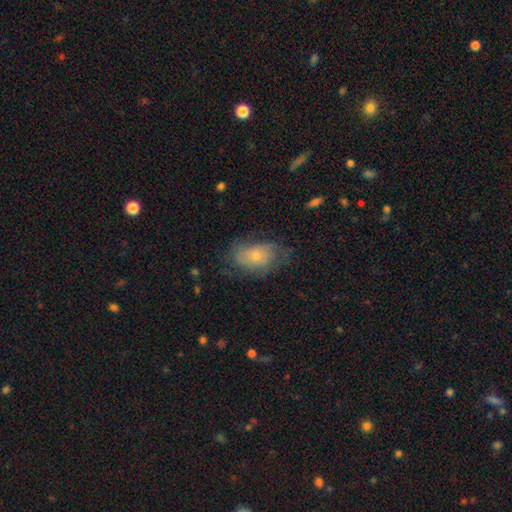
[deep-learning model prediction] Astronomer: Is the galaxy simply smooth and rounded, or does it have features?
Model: smooth — 54% (runner-up: featured or disk, 37%).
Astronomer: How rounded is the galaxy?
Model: in between — 83%.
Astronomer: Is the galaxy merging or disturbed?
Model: none — 51% (runner-up: minor disturbance, 30%).